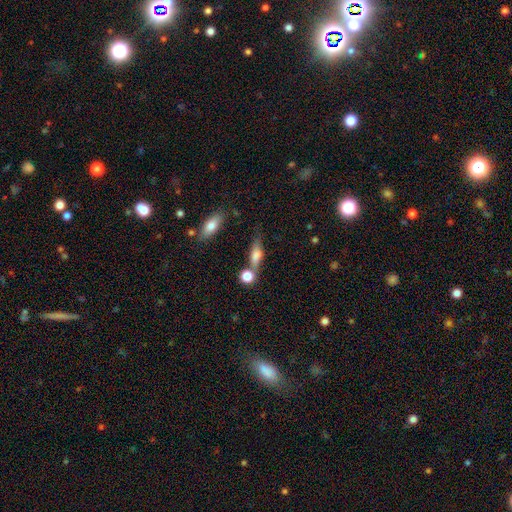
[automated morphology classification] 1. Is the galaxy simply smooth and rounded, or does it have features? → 66% smooth, 24% featured or disk, 10% star or artifact.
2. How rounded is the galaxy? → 49% in between, 40% cigar-shaped, 11% round.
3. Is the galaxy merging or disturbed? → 52% none, 24% merger, 17% minor disturbance, 7% major disturbance.